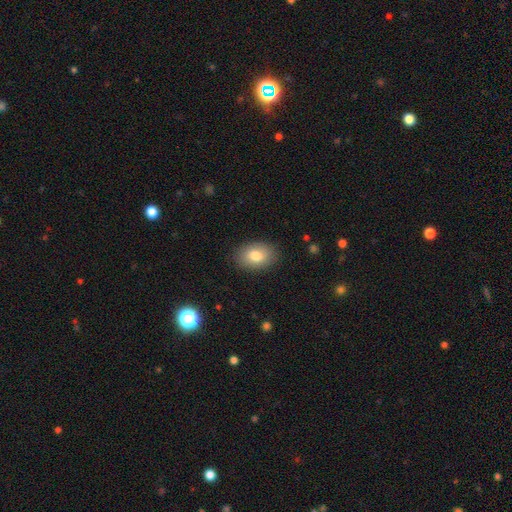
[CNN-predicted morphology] This is clearly a smooth galaxy (81%). How rounded: clearly in between (81%). Merging: clearly none (86%).